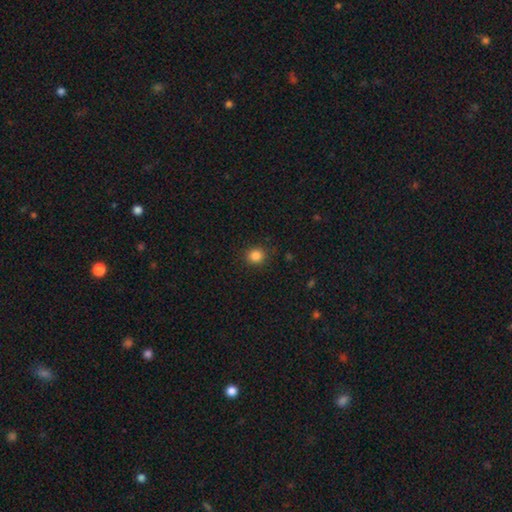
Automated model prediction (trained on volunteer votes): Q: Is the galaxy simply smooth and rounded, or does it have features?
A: smooth — 85%.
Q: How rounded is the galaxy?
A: round — 83%.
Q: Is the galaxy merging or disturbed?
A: none — 88%.